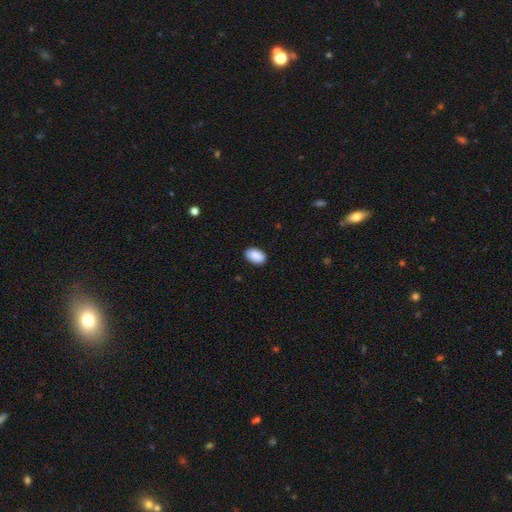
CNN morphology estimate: type=smooth (91%); roundness=in between (91%); merging=none (89%).